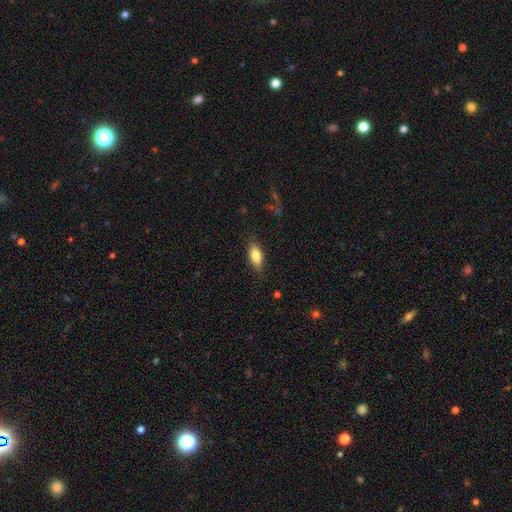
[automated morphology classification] smooth-or-featured: smooth: 82% | featured or disk: 11% | star or artifact: 7%
  how-rounded: in between: 80% | cigar-shaped: 17% | round: 3%
  merging: none: 85% | minor disturbance: 11% | major disturbance: 3% | merger: 1%